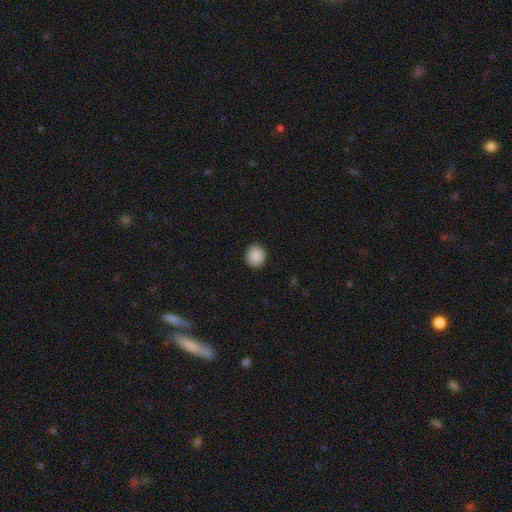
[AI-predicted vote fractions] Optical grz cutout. It shows a smooth galaxy with no disk features (90%) that is round (80%). Merging: none (91%).